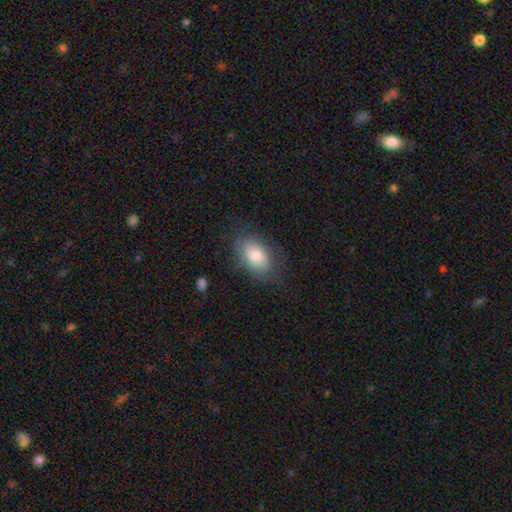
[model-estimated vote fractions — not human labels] smooth 77%, featured or disk 16%, star or artifact 7%. Down the decision tree: how rounded — in between (89%); merging — none (72%).